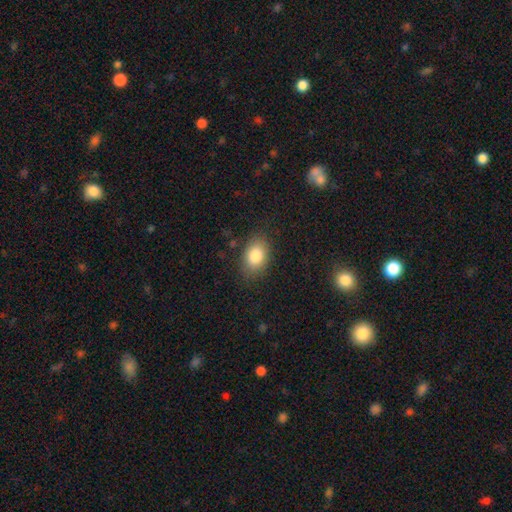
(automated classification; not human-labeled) The model was most divided on "how rounded": in between: 82%, round: 17%, cigar-shaped: 1%. More confident: smooth or featured — smooth (82%); merging — none (82%).